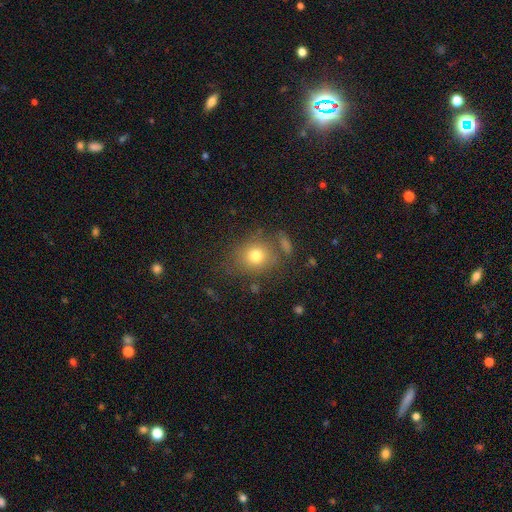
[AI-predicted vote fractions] Overall: smooth (75%). How rounded: round (79%). Merging: none (75%).